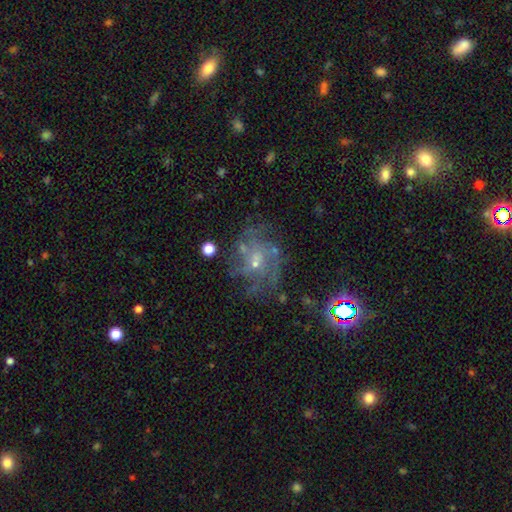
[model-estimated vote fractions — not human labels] Smooth or featured?
  - featured or disk: 70% *
  - star or artifact: 16%
  - smooth: 14%
Edge-on disk?
  - no: 98% *
  - yes: 2%
Bar?
  - no: 66% *
  - weak: 29%
  - strong: 5%
Spiral arms?
  - yes: 80% *
  - no: 20%
Spiral winding?
  - medium: 42% *
  - tight: 37%
  - loose: 21%
Spiral arm count?
  - can't tell: 43% *
  - 4: 17%
  - 3: 14%
  - 2: 10%
  - more than 4: 9%
  - 1: 6%
Bulge size?
  - small: 71% *
  - moderate: 19%
  - none: 7%
  - large: 1%
  - dominant: 1%
Merging?
  - none: 60% *
  - minor disturbance: 18%
  - major disturbance: 17%
  - merger: 4%